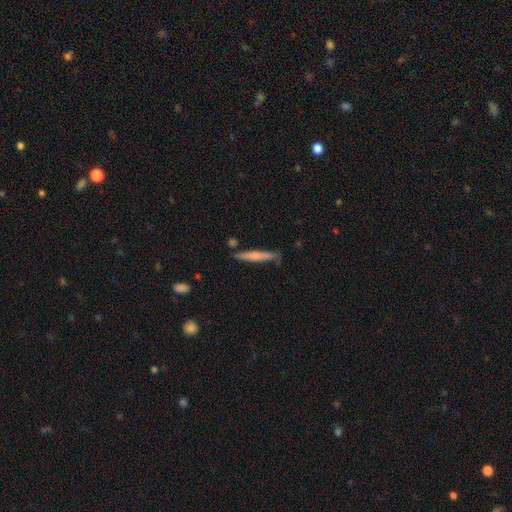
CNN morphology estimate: Q: Smooth or featured?
A: smooth (60%); runner-up: featured or disk (34%)
Q: How rounded?
A: cigar-shaped (94%); runner-up: in between (5%)
Q: Merging?
A: none (76%); runner-up: minor disturbance (17%)